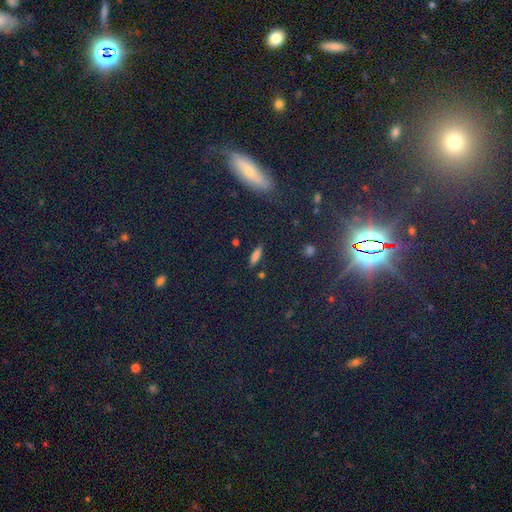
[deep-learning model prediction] Morphology: type=smooth (71%); roundness=cigar-shaped (60%); merging=none (86%).